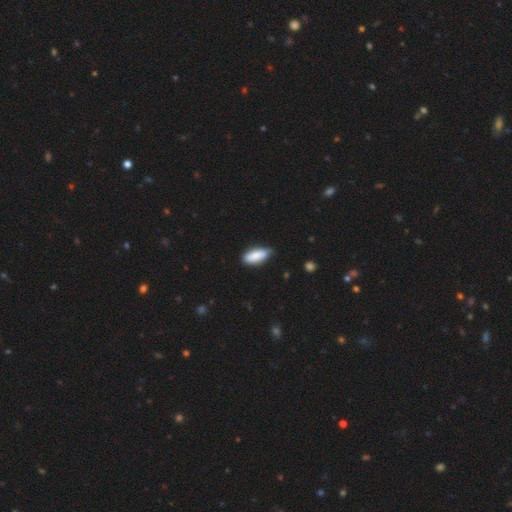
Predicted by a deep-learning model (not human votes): A smooth galaxy with no disk features (82%) that is in between round and cigar-shaped (82%).

Vote fractions:
- Smooth or featured? smooth: 82% / featured or disk: 12% / star or artifact: 6%
- How rounded? in between: 82% / cigar-shaped: 16% / round: 2%
- Merging? none: 65% / minor disturbance: 29% / major disturbance: 4% / merger: 2%